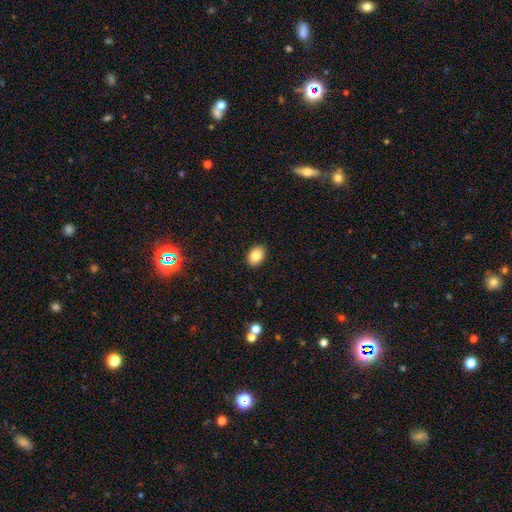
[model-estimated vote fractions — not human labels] A smooth galaxy with no disk features (84%) that is in between round and cigar-shaped (74%).

Vote fractions:
- Smooth or featured? smooth: 84% / star or artifact: 9% / featured or disk: 7%
- How rounded? in between: 74% / round: 25% / cigar-shaped: 1%
- Merging? none: 90% / minor disturbance: 7% / major disturbance: 2% / merger: 1%